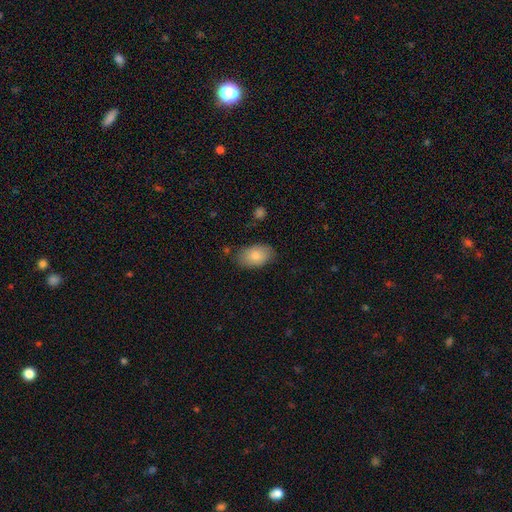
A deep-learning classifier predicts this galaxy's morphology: smooth-or-featured: smooth: 81% | featured or disk: 12% | star or artifact: 7%
  how-rounded: in between: 91% | round: 8% | cigar-shaped: 1%
  merging: none: 79% | minor disturbance: 15% | major disturbance: 3% | merger: 2%